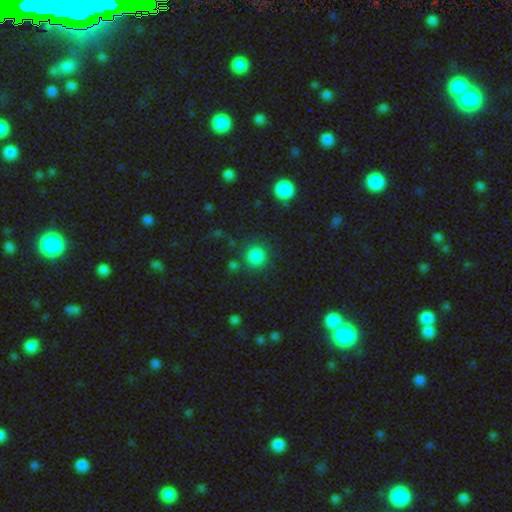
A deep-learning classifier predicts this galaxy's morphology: smooth-or-featured: smooth: 83% | star or artifact: 13% | featured or disk: 4%
  how-rounded: round: 93% | in between: 6% | cigar-shaped: 1%
  merging: none: 85% | minor disturbance: 8% | major disturbance: 4% | merger: 4%